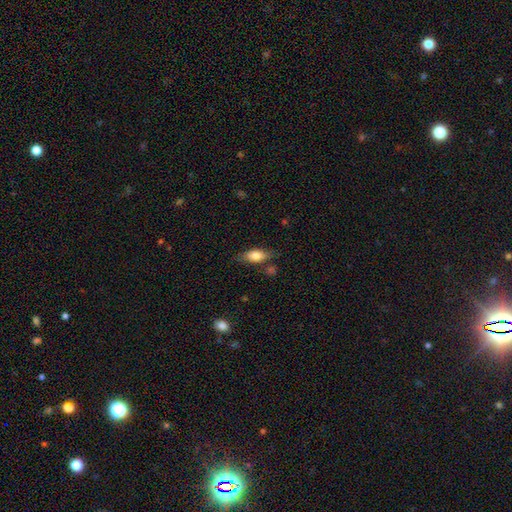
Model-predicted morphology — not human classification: Smooth or featured? smooth (75%)
How rounded? in between (78%)
Merging? none (70%)